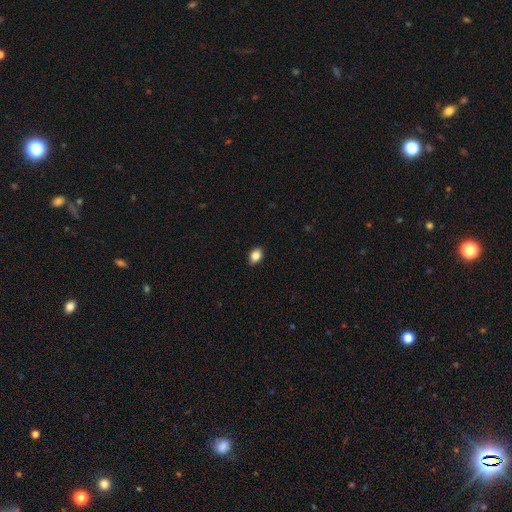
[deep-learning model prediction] Morphology: type=smooth (85%); roundness=in between (79%); merging=none (89%).